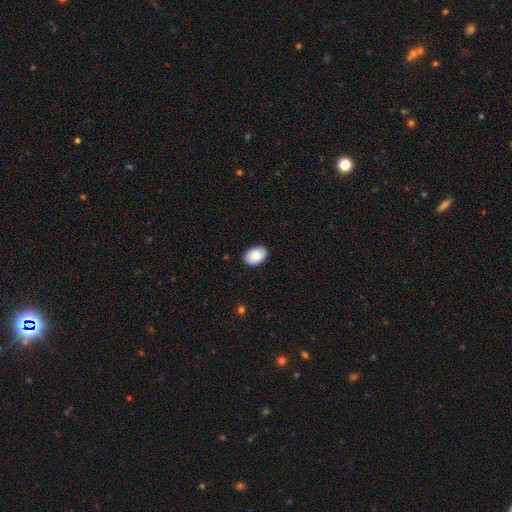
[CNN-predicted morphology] A smooth galaxy with no disk features (85%) that is in between round and cigar-shaped (80%). Merging: none (85%).